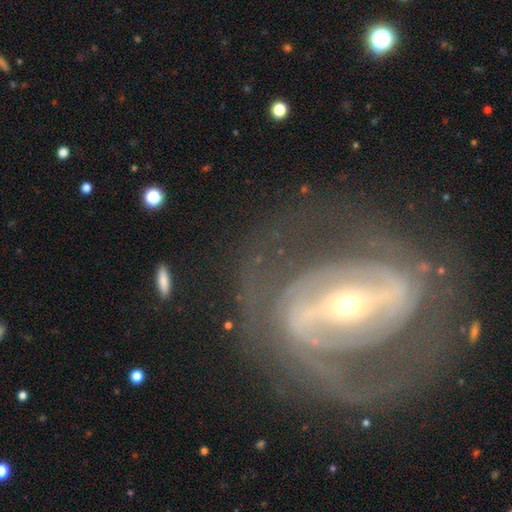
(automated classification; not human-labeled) Morphology: type=featured or disk (85%); edge-on=no (94%); bar=strong (63%); spiral arms=yes (83%); winding=tight (47%); arm count=2 (59%); bulge=small (73%); merging=none (63%).